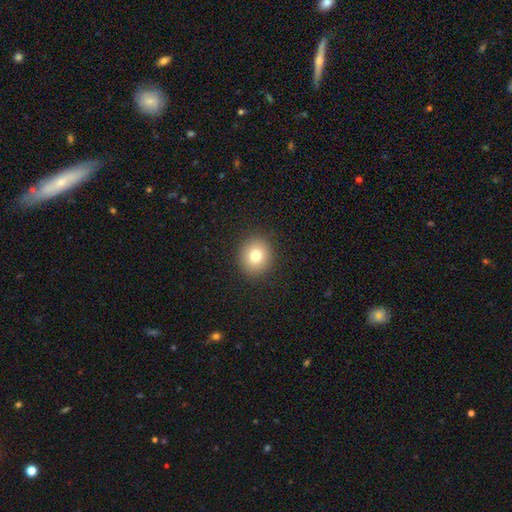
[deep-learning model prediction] Smooth or featured? smooth (77%)
How rounded? round (87%)
Merging? none (91%)